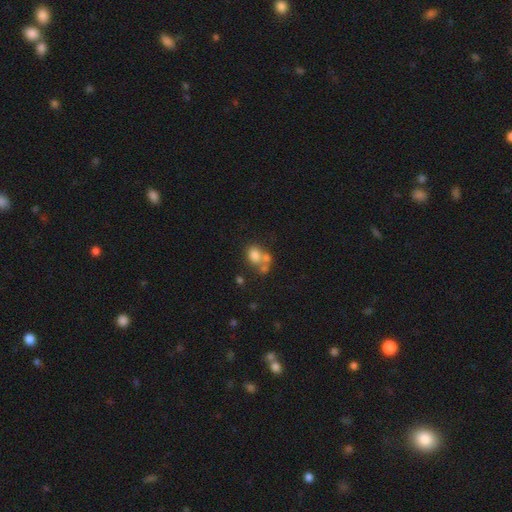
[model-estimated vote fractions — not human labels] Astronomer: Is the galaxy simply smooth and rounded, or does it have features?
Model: smooth — 72%.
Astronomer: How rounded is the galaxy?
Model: round — 53% (runner-up: in between, 46%).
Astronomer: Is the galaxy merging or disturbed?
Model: merger — 49% (runner-up: none, 34%).